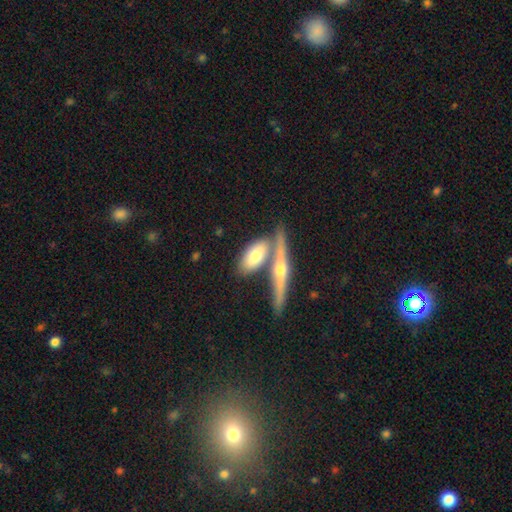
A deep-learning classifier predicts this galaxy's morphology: This appears to be a smooth galaxy with no disk features (62%) that is in between round and cigar-shaped (73%). Merging: none (52%).